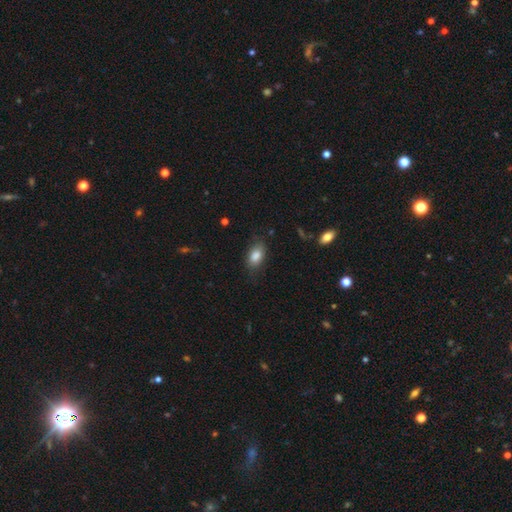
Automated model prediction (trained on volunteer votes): Smooth or featured: smooth — 84% (featured or disk — 9%)
How rounded: in between — 89% (round — 8%)
Merging: none — 74% (minor disturbance — 19%)